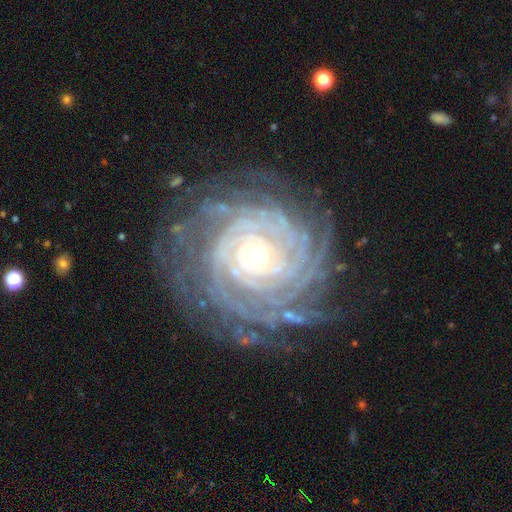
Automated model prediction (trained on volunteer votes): smooth-or-featured: featured or disk: 91% | star or artifact: 5% | smooth: 4%
  disk-edge-on: no: 97% | yes: 3%
    bar: no: 73% | weak: 17% | strong: 10%
    has-spiral-arms: yes: 98% | no: 2%
      spiral-winding: tight: 88% | medium: 10% | loose: 2%
      spiral-arm-count: more than 4: 35% | can't tell: 21% | 4: 17% | 3: 10% | 2: 9% | 1: 8%
    bulge-size: small: 57% | moderate: 39% | large: 2% | none: 1% | dominant: 1%
  merging: none: 79% | minor disturbance: 13% | major disturbance: 6% | merger: 1%